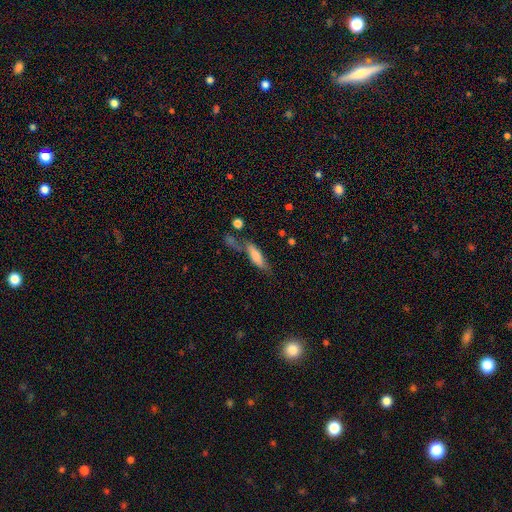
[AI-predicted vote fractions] Smooth or featured? Predicted: smooth (p=0.70). How rounded? Predicted: cigar-shaped (p=0.54). Merging? Predicted: none (p=0.41).